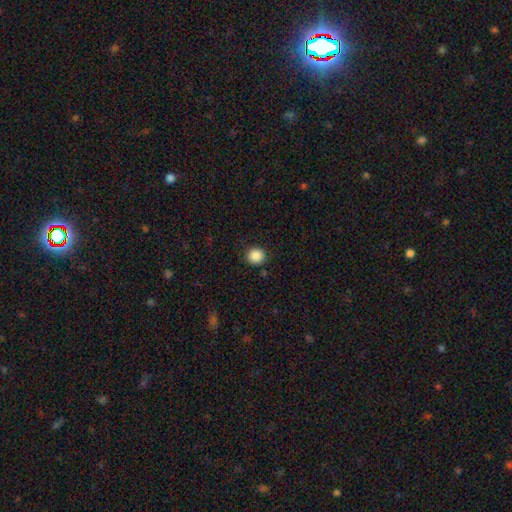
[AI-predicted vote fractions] A smooth galaxy with no disk features (88%) that is round (90%). Merging: none (88%).